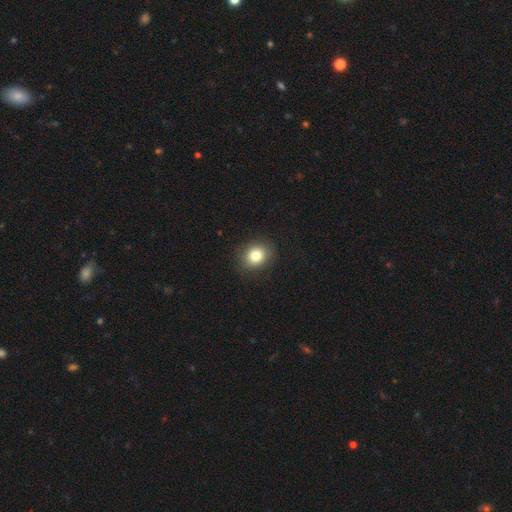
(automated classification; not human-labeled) The model was most divided on "how rounded": round: 63%, in between: 36%, cigar-shaped: 1%. More confident: merging — none (89%); smooth or featured — smooth (81%).